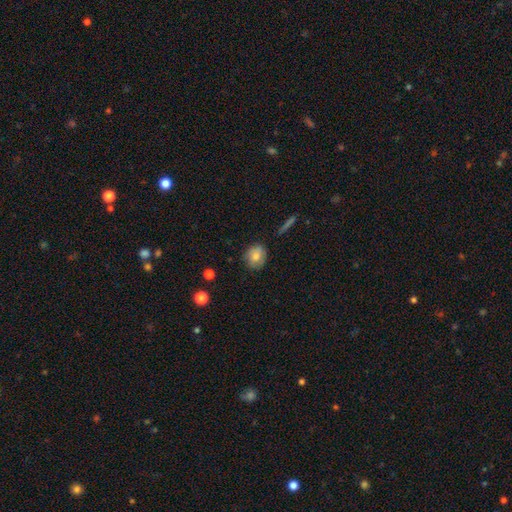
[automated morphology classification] Smooth or featured: smooth — 79% (featured or disk — 13%)
How rounded: round — 67% (in between — 32%)
Merging: none — 80% (minor disturbance — 15%)